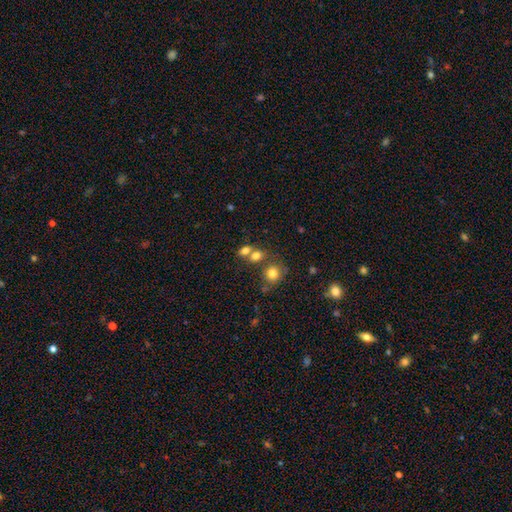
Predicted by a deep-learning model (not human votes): smooth_or_featured: smooth (p=0.76) [alt: star or artifact p=0.13]
how_rounded: in between (p=0.52) [alt: round p=0.45]
merging: merger (p=0.43) [tied with: none p=0.43]